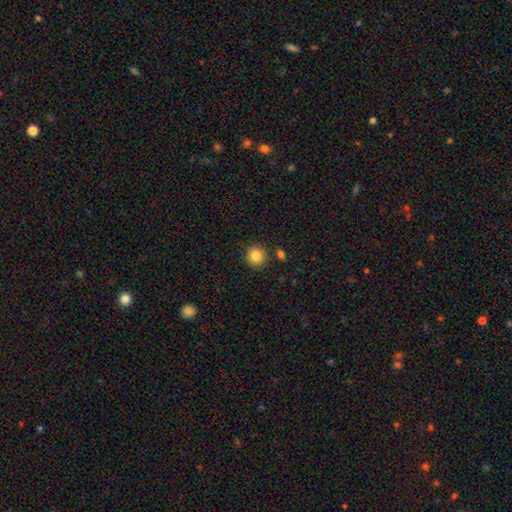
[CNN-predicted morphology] smooth_or_featured: smooth (p=0.85) [alt: star or artifact p=0.10]
how_rounded: round (p=0.93) [alt: in between p=0.06]
merging: none (p=0.88) [alt: minor disturbance p=0.06]